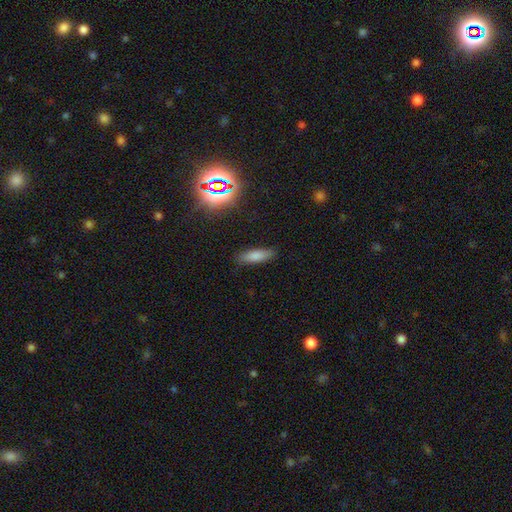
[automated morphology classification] Smooth or featured? smooth (78%)
How rounded? cigar-shaped (50%)
Merging? none (86%)